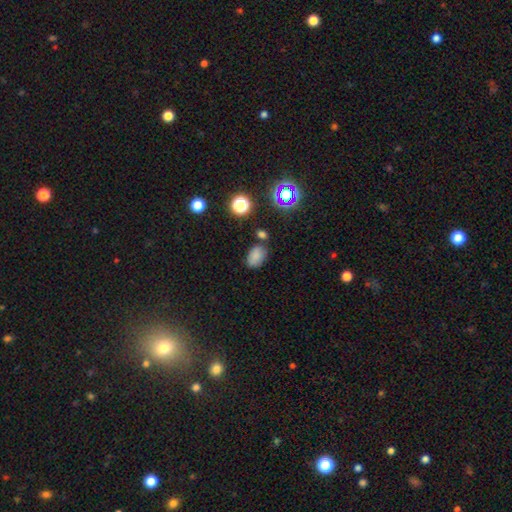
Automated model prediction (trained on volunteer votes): Smooth or featured? Predicted: smooth (p=0.77). How rounded? Predicted: in between (p=0.84). Merging? Predicted: none (p=0.72).